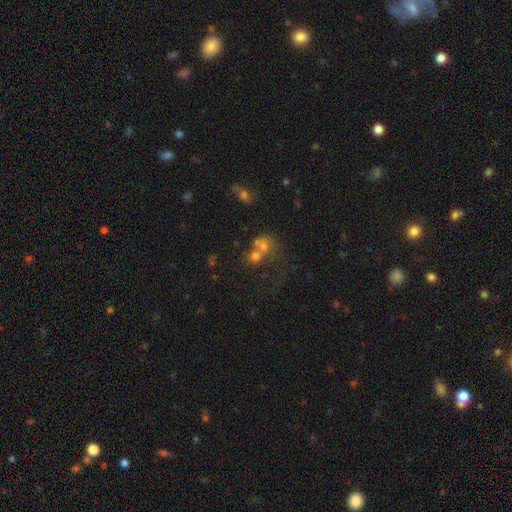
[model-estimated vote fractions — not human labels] A smooth galaxy with no disk features (43%).

Vote fractions:
- Smooth or featured? smooth: 43% / star or artifact: 38% / featured or disk: 18%
- Merging? none: 40% / merger: 39% / minor disturbance: 10% / major disturbance: 10%